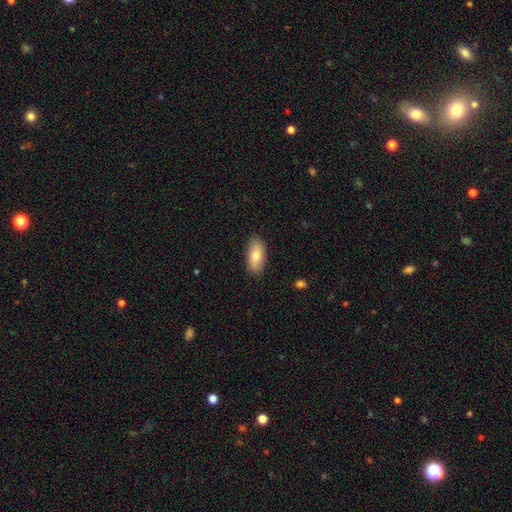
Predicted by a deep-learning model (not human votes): Morphology: type=smooth (79%); roundness=in between (90%); merging=none (86%).